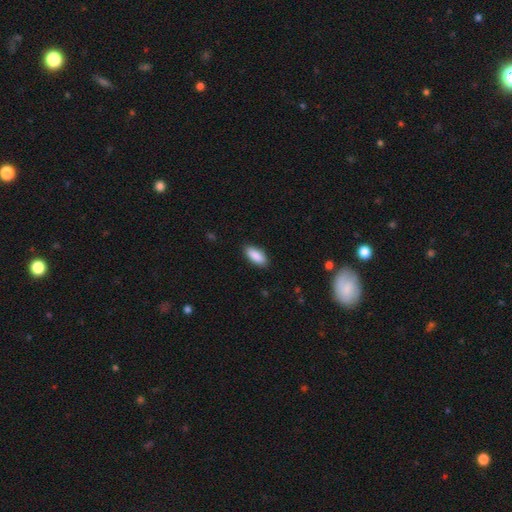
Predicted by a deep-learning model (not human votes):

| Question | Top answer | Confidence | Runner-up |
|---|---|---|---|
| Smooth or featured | smooth | 89% | star or artifact (6%) |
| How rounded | in between | 88% | cigar-shaped (10%) |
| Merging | none | 87% | minor disturbance (10%) |